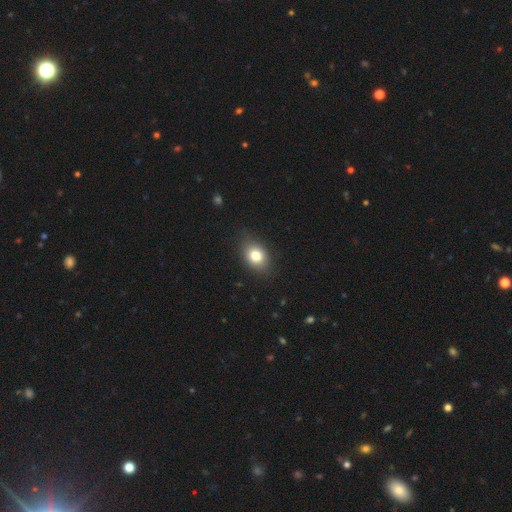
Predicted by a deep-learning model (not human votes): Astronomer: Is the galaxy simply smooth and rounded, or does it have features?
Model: smooth — 79%.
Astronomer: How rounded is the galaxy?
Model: in between — 69%.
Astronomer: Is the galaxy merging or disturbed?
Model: none — 83%.